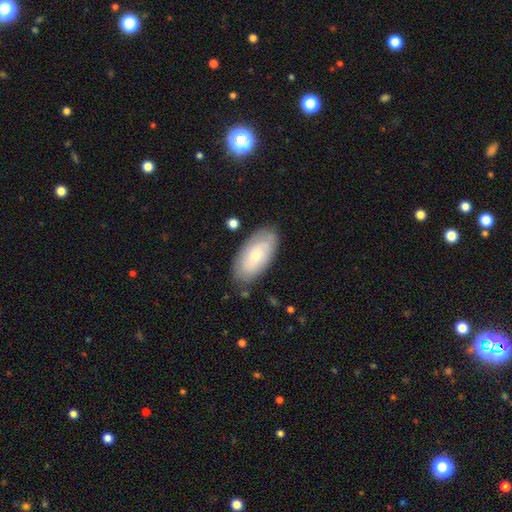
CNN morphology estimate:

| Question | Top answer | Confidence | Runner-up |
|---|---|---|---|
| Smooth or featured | smooth | 52% | featured or disk (42%) |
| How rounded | in between | 93% | cigar-shaped (4%) |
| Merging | none | 78% | minor disturbance (16%) |